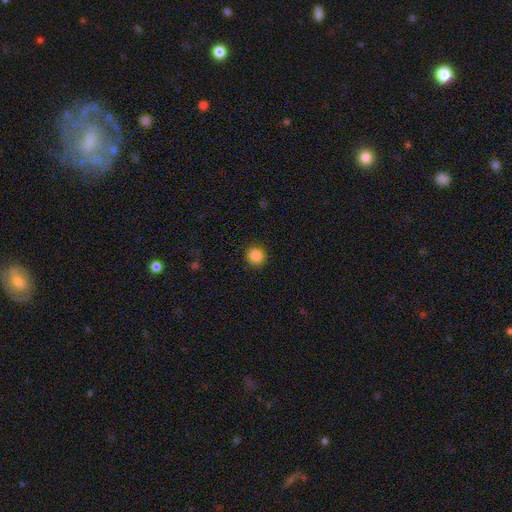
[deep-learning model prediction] Morphology: type=smooth (87%); roundness=round (91%); merging=none (89%).